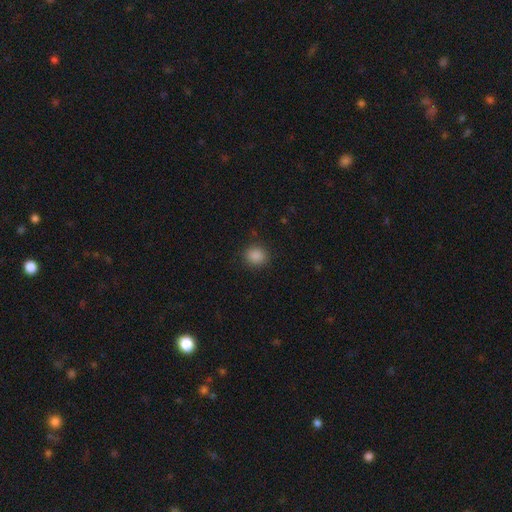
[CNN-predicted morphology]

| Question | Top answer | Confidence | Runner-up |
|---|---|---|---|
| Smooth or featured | smooth | 87% | star or artifact (10%) |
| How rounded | round | 79% | in between (20%) |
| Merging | none | 89% | minor disturbance (8%) |